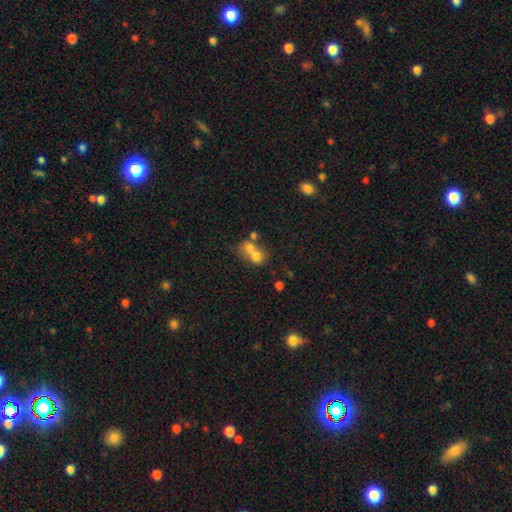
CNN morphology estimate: smooth_or_featured: smooth (p=0.68) [alt: featured or disk p=0.19]
how_rounded: round (p=0.64) [alt: in between p=0.35]
merging: merger (p=0.67) [alt: none p=0.22]